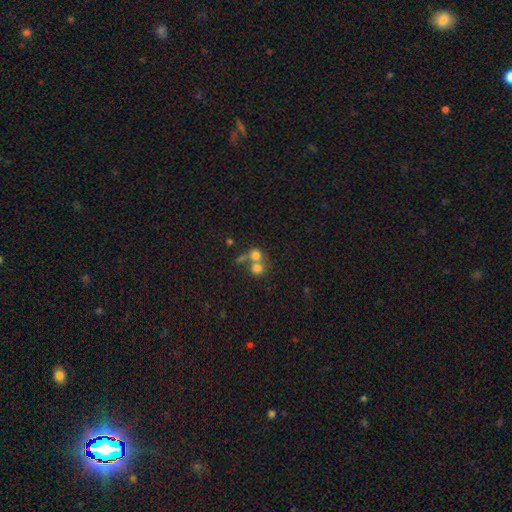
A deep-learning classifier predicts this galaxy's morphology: smooth_or_featured: smooth (p=0.72) [alt: featured or disk p=0.15]
how_rounded: round (p=0.81) [alt: in between p=0.18]
merging: merger (p=0.56) [alt: none p=0.34]